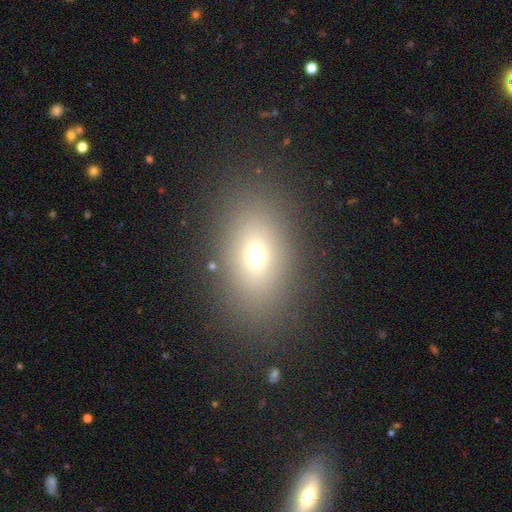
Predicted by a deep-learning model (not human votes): A smooth galaxy with no disk features (67%) that is in between round and cigar-shaped (77%).

Vote fractions:
- Smooth or featured? smooth: 67% / star or artifact: 18% / featured or disk: 15%
- How rounded? in between: 77% / round: 19% / cigar-shaped: 3%
- Merging? none: 85% / minor disturbance: 8% / major disturbance: 5% / merger: 2%